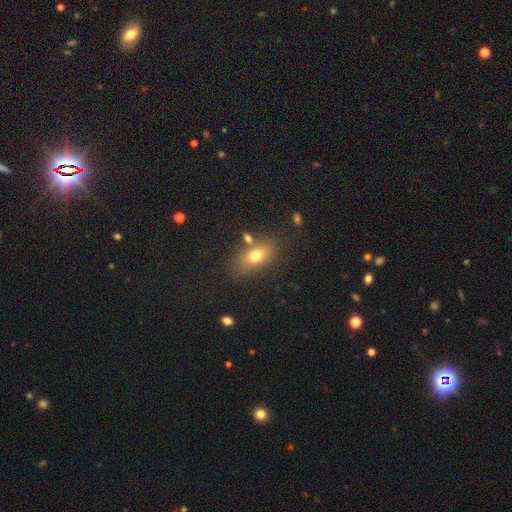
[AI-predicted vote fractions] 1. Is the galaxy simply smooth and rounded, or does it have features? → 72% smooth, 17% featured or disk, 11% star or artifact.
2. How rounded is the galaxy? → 82% in between, 13% round, 5% cigar-shaped.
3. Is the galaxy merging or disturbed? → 72% none, 13% minor disturbance, 10% merger, 5% major disturbance.